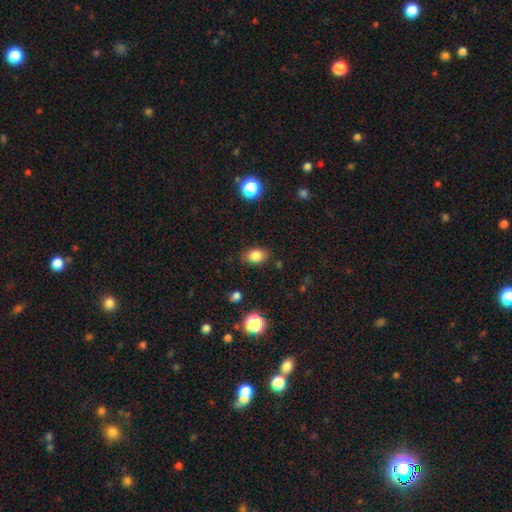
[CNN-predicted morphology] The model was most divided on "how rounded": in between: 76%, round: 23%, cigar-shaped: 1%. More confident: smooth or featured — smooth (83%); merging — none (80%).